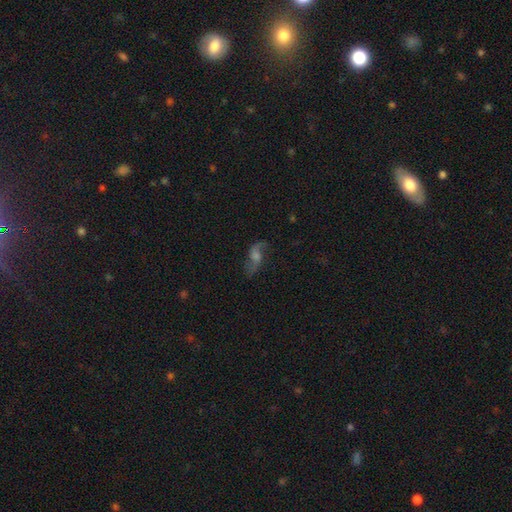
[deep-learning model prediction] Smooth or featured: featured or disk — 71% (smooth — 17%)
Edge-on disk: no — 91% (yes — 9%)
Bar: no — 57% (weak — 34%)
Spiral arms: yes — 92% (no — 8%)
Spiral winding: loose — 73% (medium — 21%)
Spiral arm count: 2 — 89% (can't tell — 4%)
Bulge size: moderate — 43% (small — 28%)
Merging: none — 72% (minor disturbance — 16%)